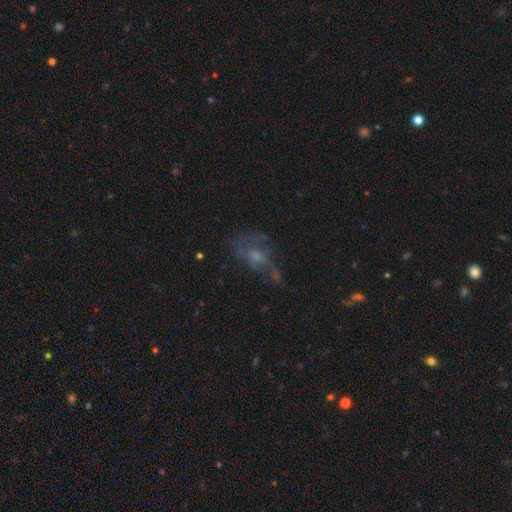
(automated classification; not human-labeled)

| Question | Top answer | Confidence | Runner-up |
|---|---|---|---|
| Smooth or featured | featured or disk | 40% | smooth (38%) |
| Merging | none | 38% | major disturbance (33%) |